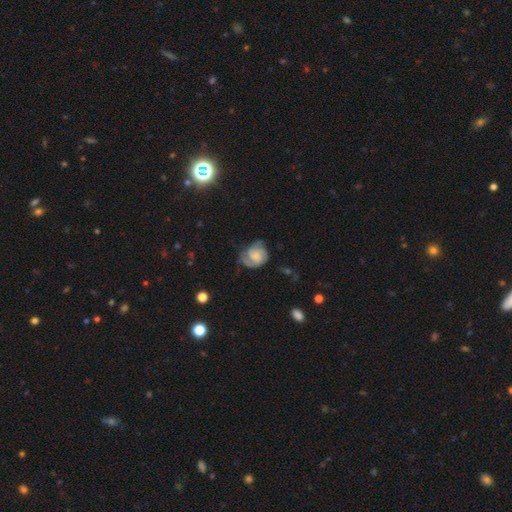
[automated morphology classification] smooth-or-featured: featured or disk: 68% | smooth: 24% | star or artifact: 7%
  disk-edge-on: no: 98% | yes: 2%
    bar: no: 61% | weak: 33% | strong: 7%
    has-spiral-arms: yes: 92% | no: 8%
      spiral-winding: tight: 48% | medium: 39% | loose: 13%
      spiral-arm-count: 2: 53% | can't tell: 17% | 3: 15% | 1: 9% | 4: 3% | more than 4: 2%
    bulge-size: none: 37% | small: 29% | moderate: 23% | large: 9% | dominant: 2%
  merging: none: 55% | minor disturbance: 27% | major disturbance: 16% | merger: 2%